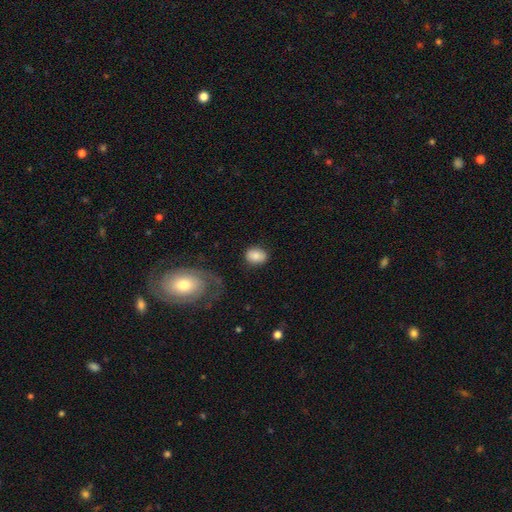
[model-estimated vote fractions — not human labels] A smooth galaxy with no disk features (82%) that is in between round and cigar-shaped (61%).

Vote fractions:
- Smooth or featured? smooth: 82% / featured or disk: 10% / star or artifact: 8%
- How rounded? in between: 61% / round: 37% / cigar-shaped: 1%
- Merging? none: 80% / minor disturbance: 13% / major disturbance: 5% / merger: 3%